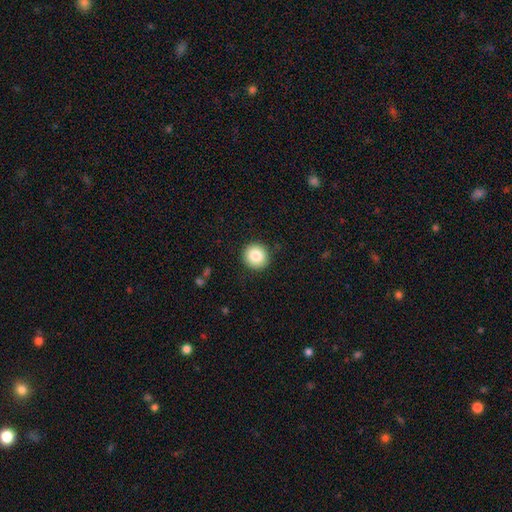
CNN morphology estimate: Smooth or featured: smooth — 86% (star or artifact — 8%)
How rounded: round — 93% (in between — 6%)
Merging: none — 91% (minor disturbance — 6%)